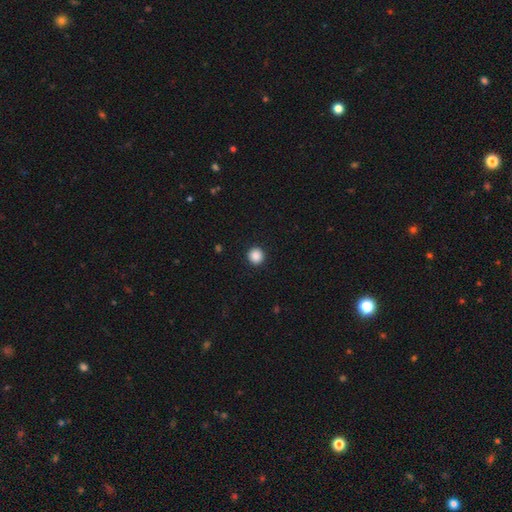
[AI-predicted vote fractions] Overall: smooth (88%). How rounded: round (95%). Merging: none (93%).